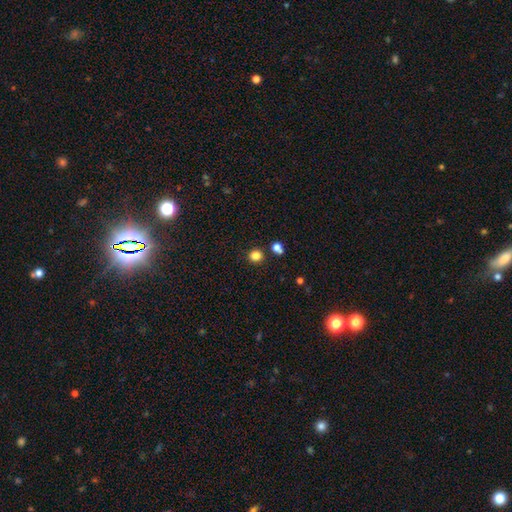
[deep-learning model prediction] smooth 82%, star or artifact 13%, featured or disk 4%. Down the decision tree: how rounded — round (88%); merging — none (86%).